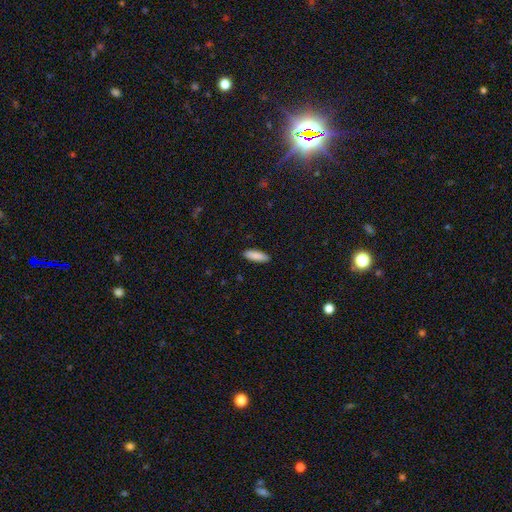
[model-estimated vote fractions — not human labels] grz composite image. It shows a smooth galaxy with no disk features (89%) that is in between round and cigar-shaped (56%). Merging: none (90%).